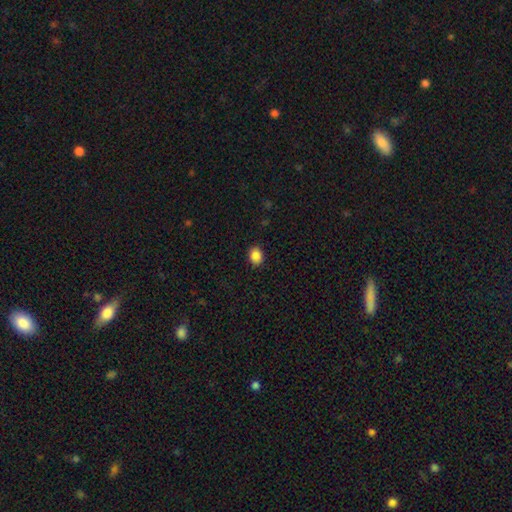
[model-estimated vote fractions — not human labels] A smooth galaxy with no disk features (88%) that is in between round and cigar-shaped (52%).

Vote fractions:
- Smooth or featured? smooth: 88% / star or artifact: 9% / featured or disk: 3%
- How rounded? in between: 52% / round: 48% / cigar-shaped: 1%
- Merging? none: 89% / minor disturbance: 8% / major disturbance: 2% / merger: 1%